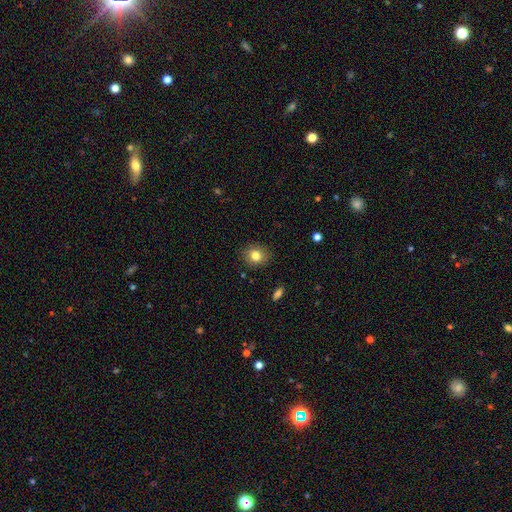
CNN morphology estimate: A smooth galaxy with no disk features (82%) that is round (72%).

Vote fractions:
- Smooth or featured? smooth: 82% / star or artifact: 10% / featured or disk: 8%
- How rounded? round: 72% / in between: 27% / cigar-shaped: 1%
- Merging? none: 88% / minor disturbance: 9% / major disturbance: 2% / merger: 1%